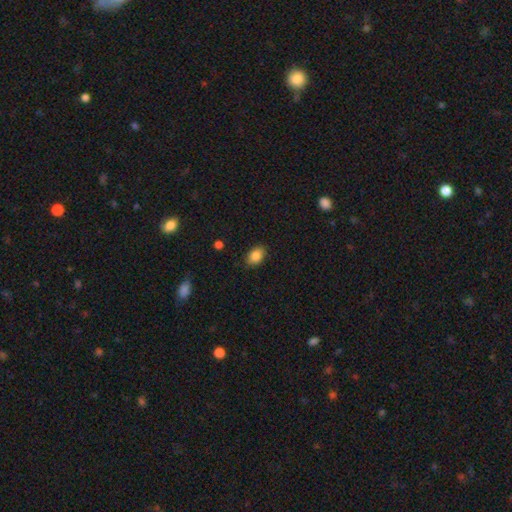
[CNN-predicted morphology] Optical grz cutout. It shows a smooth galaxy with no disk features (86%) that is in between round and cigar-shaped (80%). Merging: none (86%).